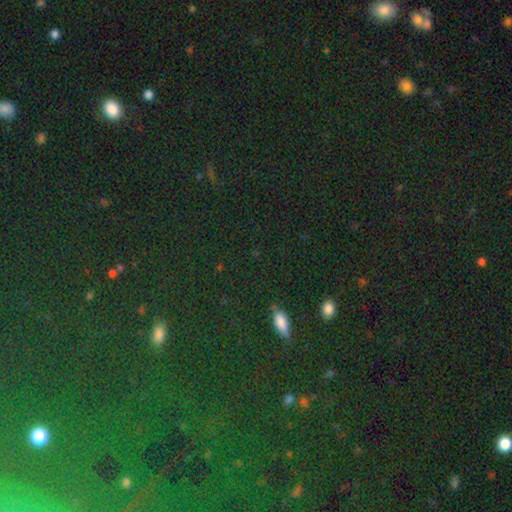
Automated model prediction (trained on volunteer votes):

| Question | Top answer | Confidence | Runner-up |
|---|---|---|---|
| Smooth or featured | star or artifact | 60% | smooth (28%) |